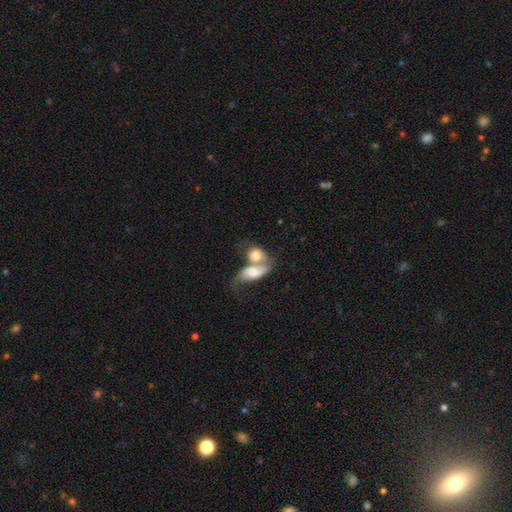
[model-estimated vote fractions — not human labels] This appears to be a smooth galaxy with no disk features (63%) that is in between round and cigar-shaped (64%). Merging: merger (72%).